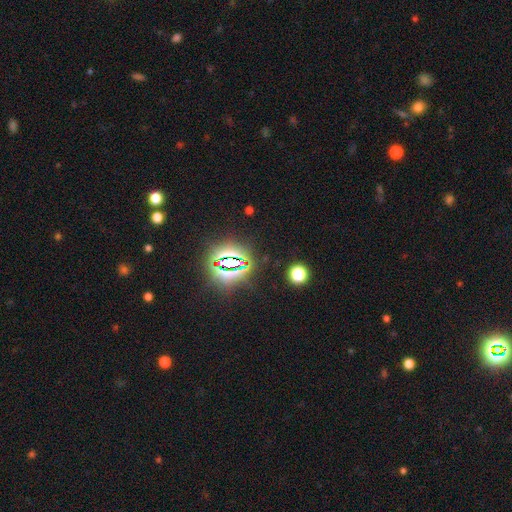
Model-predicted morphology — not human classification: The model was most divided on "smooth or featured": star or artifact: 82%, smooth: 11%, featured or disk: 7%.